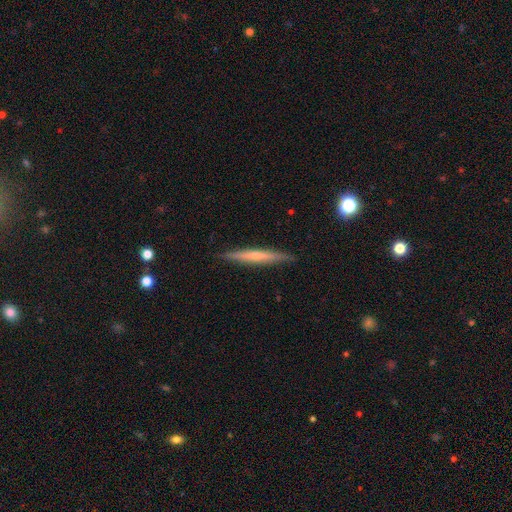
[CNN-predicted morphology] A featured or disk galaxy (57%) viewed edge-on (96%) with a rounded central bulge (53%).

Vote fractions:
- Smooth or featured? featured or disk: 57% / smooth: 37% / star or artifact: 6%
- Edge-on disk? yes: 96% / no: 4%
- Edge-on bulge? rounded: 53% / none: 42% / boxy: 5%
- Merging? none: 90% / minor disturbance: 8% / major disturbance: 1% / merger: 1%